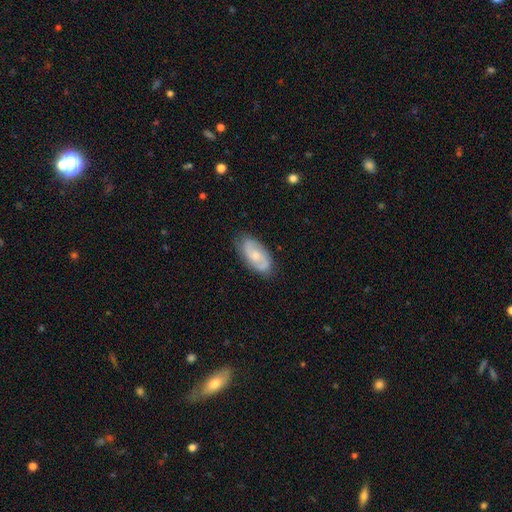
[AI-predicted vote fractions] The model was most divided on "bulge size": moderate: 49%, small: 41%, none: 5%, large: 3%, dominant: 1%. Remaining: edge-on disk — no (94%); spiral arms — yes (88%); spiral arm count — 2 (80%); merging — none (79%); smooth or featured — featured or disk (63%); bar — no (60%); spiral winding — medium (46%).